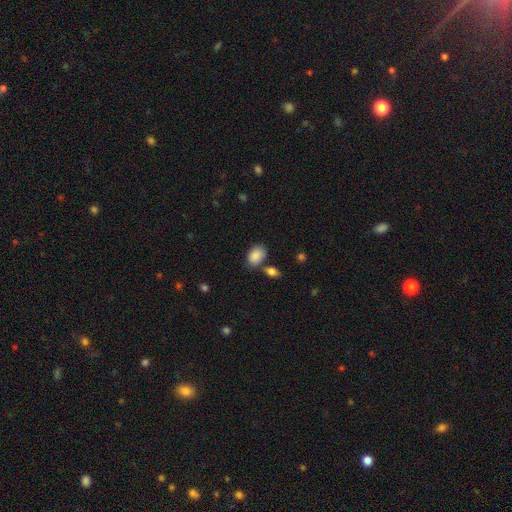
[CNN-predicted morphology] A smooth galaxy with no disk features (88%) that is in between round and cigar-shaped (84%). Merging: none (67%).